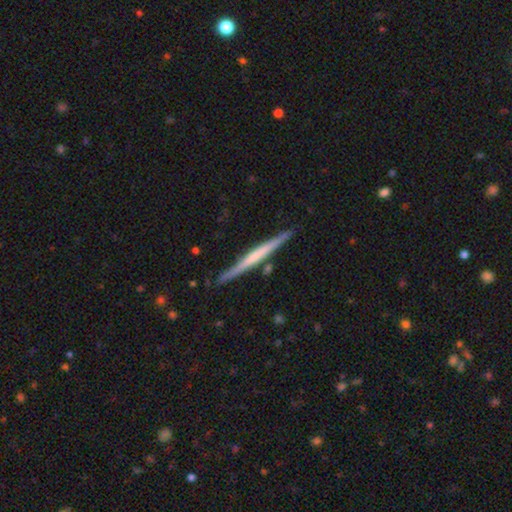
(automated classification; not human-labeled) smooth-or-featured: featured or disk: 59% | smooth: 36% | star or artifact: 5%
  disk-edge-on: yes: 98% | no: 2%
    edge-on-bulge: none: 68% | rounded: 21% | boxy: 11%
  merging: none: 87% | minor disturbance: 9% | merger: 3% | major disturbance: 2%